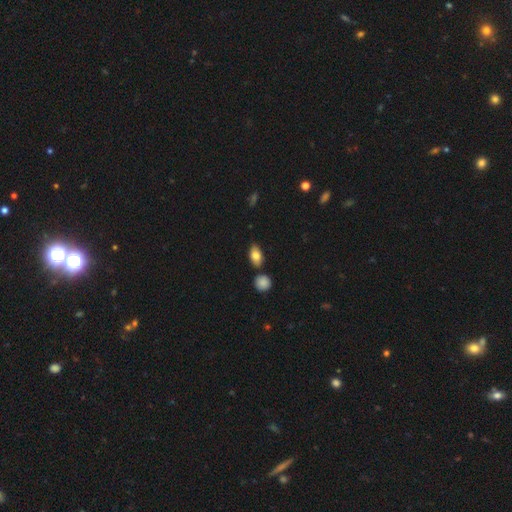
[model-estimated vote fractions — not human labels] Smooth or featured? smooth (80%)
How rounded? in between (88%)
Merging? none (75%)